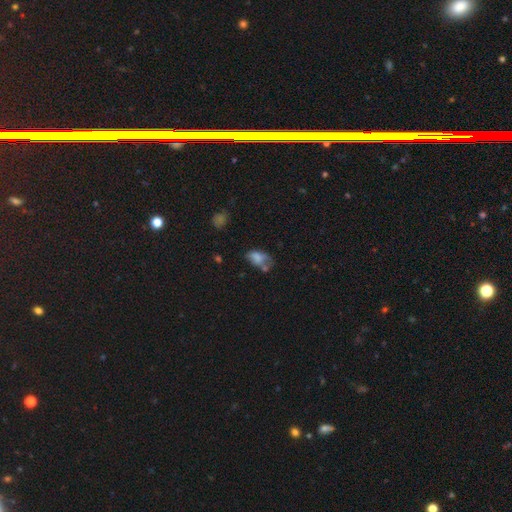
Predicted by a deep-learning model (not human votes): Smooth or featured: smooth — 57% (featured or disk — 24%)
How rounded: in between — 83% (round — 13%)
Merging: none — 34% (minor disturbance — 23%)